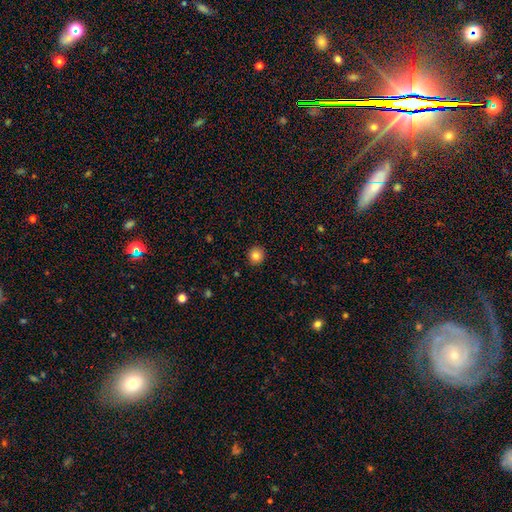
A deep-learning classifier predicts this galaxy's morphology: This is clearly a smooth galaxy (84%). How rounded: clearly round (90%). Merging: clearly none (91%).